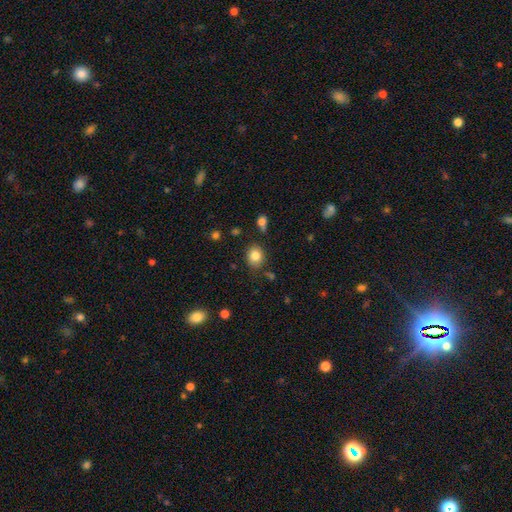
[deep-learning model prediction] A smooth galaxy with no disk features (82%) that is round (62%). Merging: none (80%).